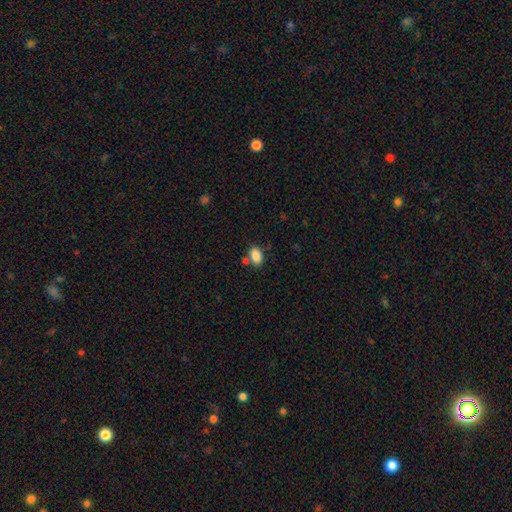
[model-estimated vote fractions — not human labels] smooth_or_featured: smooth (p=0.87) [alt: star or artifact p=0.08]
how_rounded: in between (p=0.91) [alt: round p=0.07]
merging: none (p=0.72) [alt: merger p=0.13]